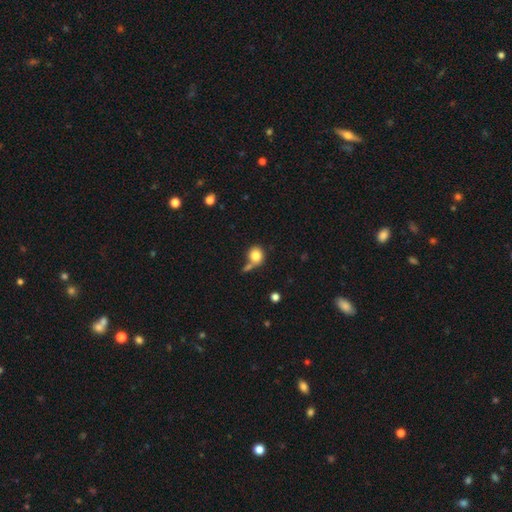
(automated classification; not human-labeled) Smooth or featured?
  - smooth: 81% *
  - featured or disk: 9%
  - star or artifact: 9%
How rounded?
  - round: 81% *
  - in between: 18%
  - cigar-shaped: 1%
Merging?
  - none: 50% *
  - merger: 28%
  - minor disturbance: 14%
  - major disturbance: 8%